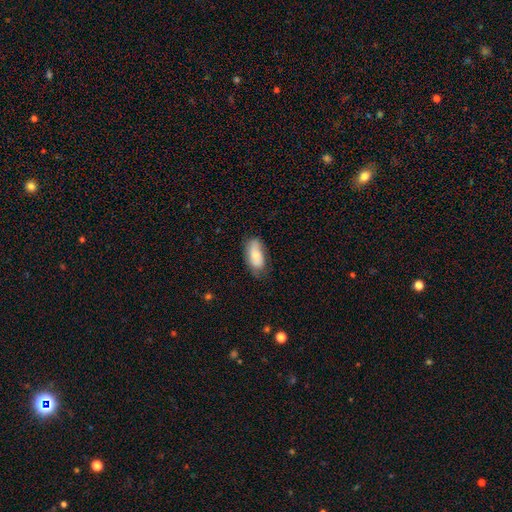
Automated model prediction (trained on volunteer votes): This appears to be a smooth galaxy with no disk features (71%) that is in between round and cigar-shaped (90%). Merging: none (68%).